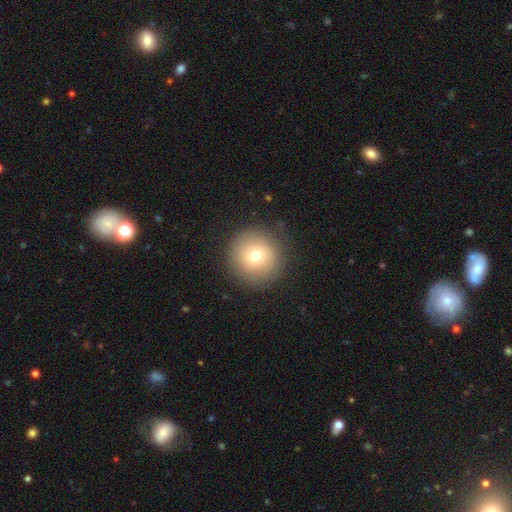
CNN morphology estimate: Overall: smooth (74%). How rounded: round (96%). Merging: none (88%).